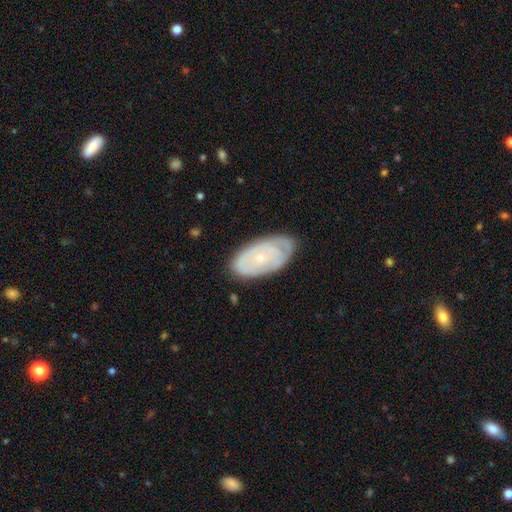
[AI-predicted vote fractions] Q: Smooth or featured?
A: featured or disk (60%); runner-up: smooth (30%)
Q: Edge-on disk?
A: no (91%); runner-up: yes (9%)
Q: Bar?
A: no (79%); runner-up: weak (17%)
Q: Spiral arms?
A: yes (70%); runner-up: no (30%)
Q: Bulge size?
A: small (74%); runner-up: moderate (19%)
Q: Merging?
A: none (81%); runner-up: minor disturbance (15%)